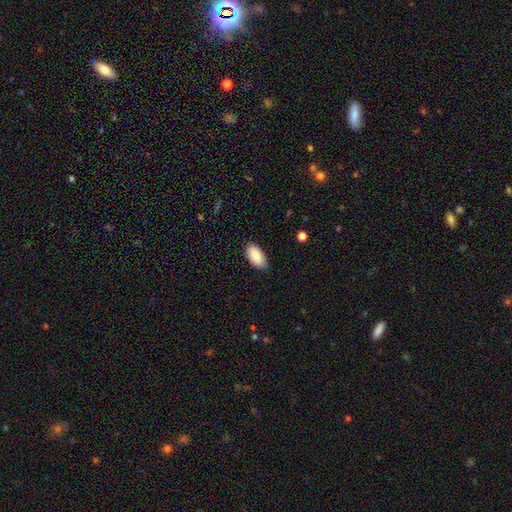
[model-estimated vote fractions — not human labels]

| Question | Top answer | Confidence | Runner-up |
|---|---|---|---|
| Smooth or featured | smooth | 84% | featured or disk (10%) |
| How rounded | in between | 95% | round (3%) |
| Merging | none | 77% | minor disturbance (20%) |